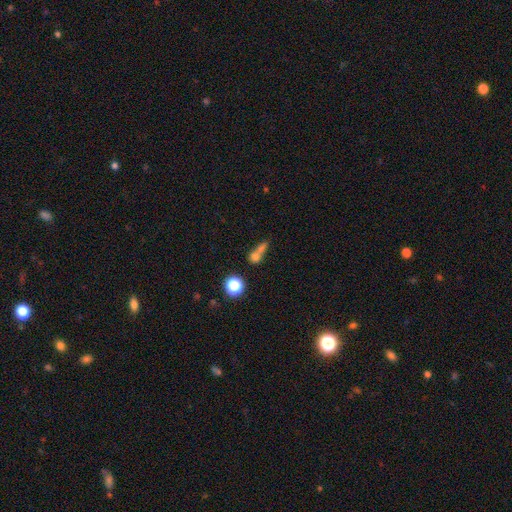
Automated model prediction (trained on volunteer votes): A smooth galaxy with no disk features (67%) that is round (66%).

Vote fractions:
- Smooth or featured? smooth: 67% / star or artifact: 17% / featured or disk: 16%
- How rounded? round: 66% / in between: 28% / cigar-shaped: 6%
- Merging? merger: 57% / none: 30% / minor disturbance: 7% / major disturbance: 6%